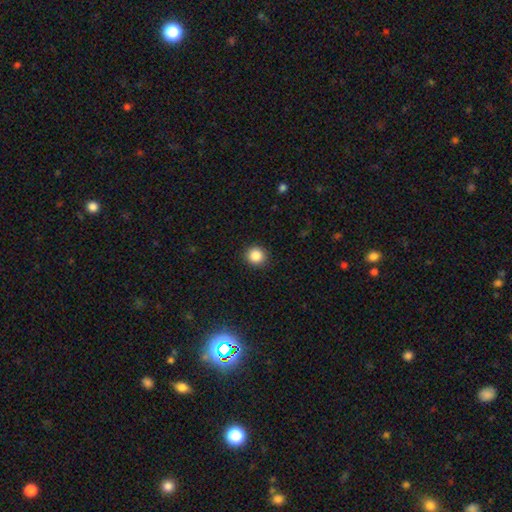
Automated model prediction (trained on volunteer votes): Overall: smooth (86%). How rounded: round (92%). Merging: none (91%).